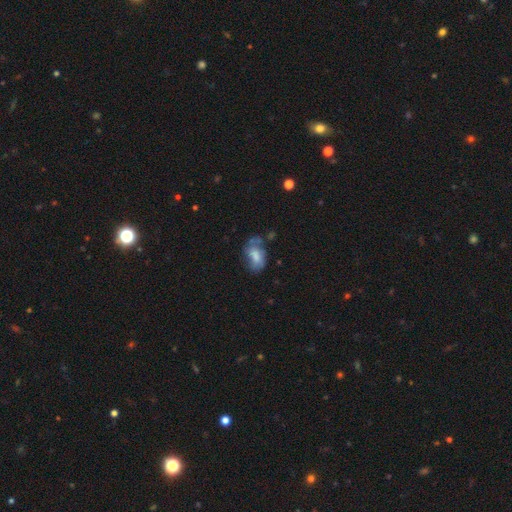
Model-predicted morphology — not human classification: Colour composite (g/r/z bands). It shows a smooth galaxy with no disk features (64%) that is in between round and cigar-shaped (88%). Merging: none (41%).